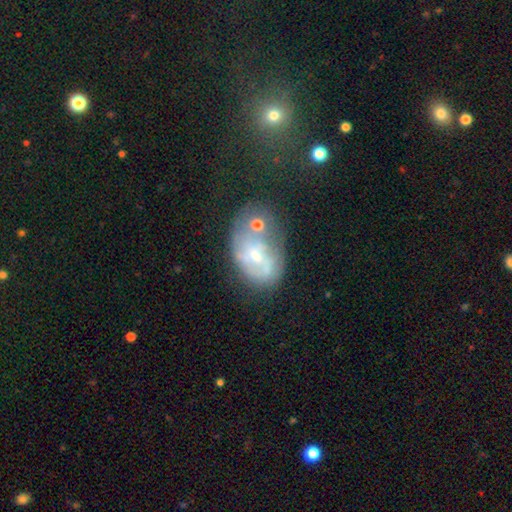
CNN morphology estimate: Smooth or featured?
  - featured or disk: 57% *
  - smooth: 33%
  - star or artifact: 10%
Edge-on disk?
  - no: 96% *
  - yes: 4%
Bar?
  - no: 64% *
  - weak: 29%
  - strong: 7%
Spiral arms?
  - no: 57% *
  - yes: 43%
Bulge size?
  - small: 52% *
  - moderate: 36%
  - none: 8%
  - large: 2%
  - dominant: 1%
Merging?
  - none: 31% *
  - merger: 29%
  - minor disturbance: 22%
  - major disturbance: 18%